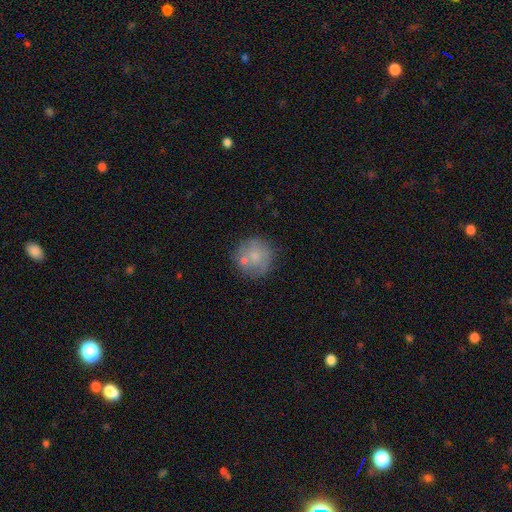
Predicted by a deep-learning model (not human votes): Smooth or featured: smooth — 67% (featured or disk — 24%)
How rounded: round — 92% (in between — 7%)
Merging: none — 65% (minor disturbance — 16%)